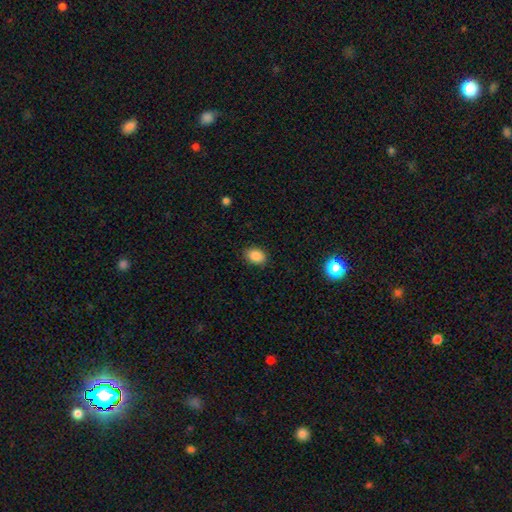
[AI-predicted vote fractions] This appears to be a smooth galaxy with no disk features (88%) that is in between round and cigar-shaped (73%). Merging: none (88%).